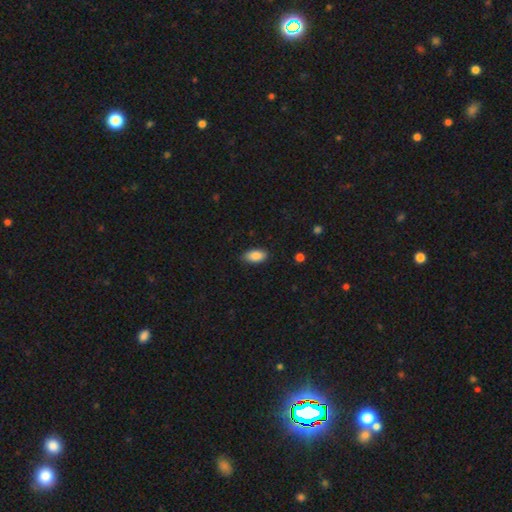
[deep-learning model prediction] Overall: smooth (88%). How rounded: in between (93%). Merging: none (85%).